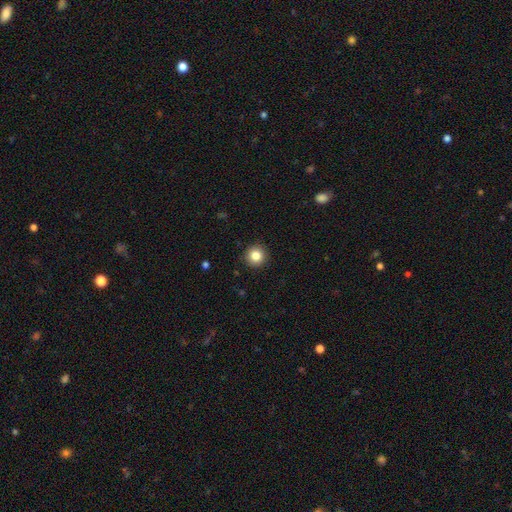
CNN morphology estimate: smooth-or-featured: smooth: 84% | star or artifact: 11% | featured or disk: 6%
  how-rounded: round: 95% | in between: 4% | cigar-shaped: 1%
  merging: none: 92% | minor disturbance: 5% | major disturbance: 2% | merger: 1%